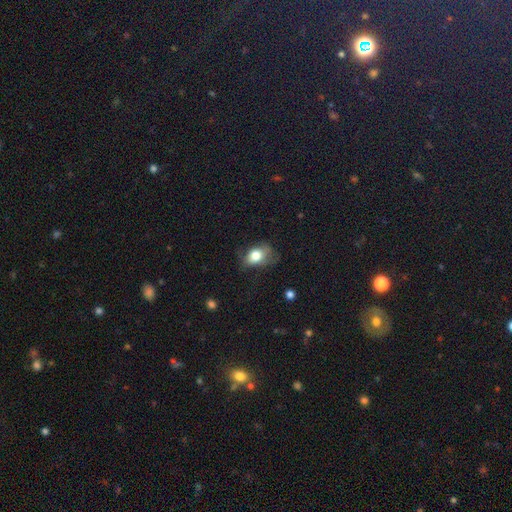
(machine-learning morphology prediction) Smooth or featured: smooth — 75% (featured or disk — 16%)
How rounded: in between — 75% (round — 24%)
Merging: none — 46% (minor disturbance — 32%)